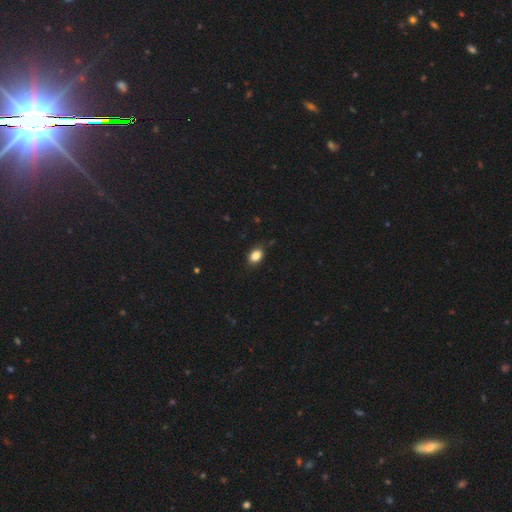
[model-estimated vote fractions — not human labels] This is clearly a smooth galaxy (85%). How rounded: likely in between (77%). Merging: clearly none (82%).